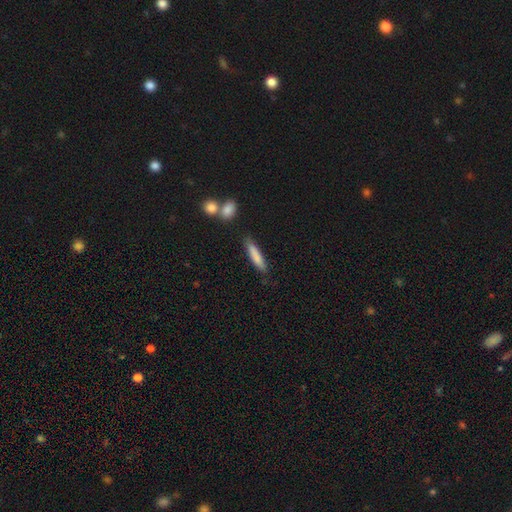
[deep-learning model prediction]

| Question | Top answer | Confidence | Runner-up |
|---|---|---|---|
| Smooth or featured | smooth | 81% | featured or disk (13%) |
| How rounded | cigar-shaped | 86% | in between (12%) |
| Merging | none | 81% | minor disturbance (12%) |